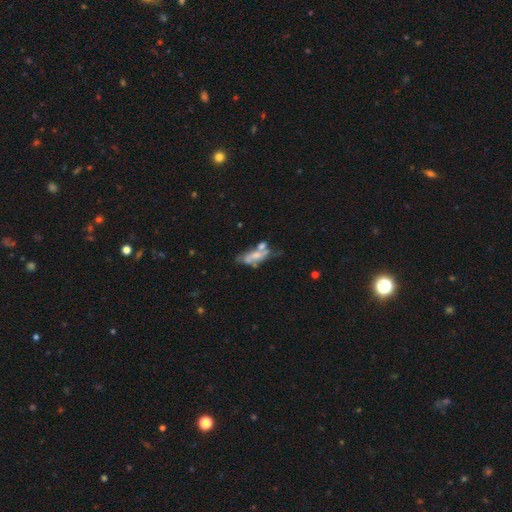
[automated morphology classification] A featured or disk galaxy (55%).

Vote fractions:
- Smooth or featured? featured or disk: 55% / smooth: 36% / star or artifact: 9%
- Edge-on disk? no: 82% / yes: 18%
- Merging? merger: 32% / none: 31% / minor disturbance: 20% / major disturbance: 18%